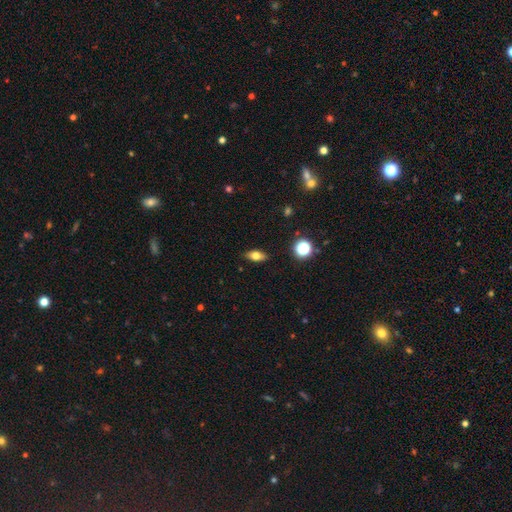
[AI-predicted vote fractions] Overall: smooth (70%). How rounded: in between (79%). Merging: none (87%).